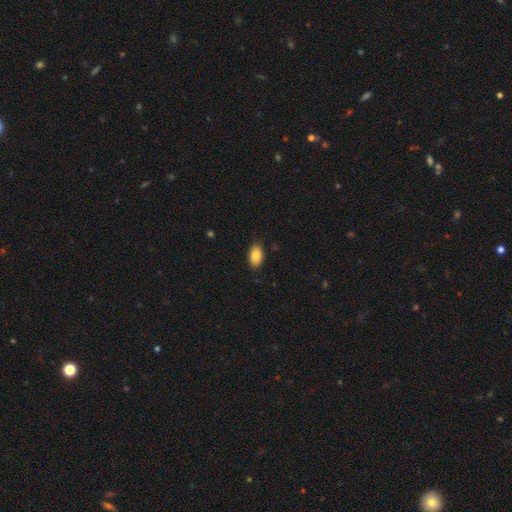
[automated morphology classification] Overall: smooth (85%). How rounded: in between (93%). Merging: none (87%).